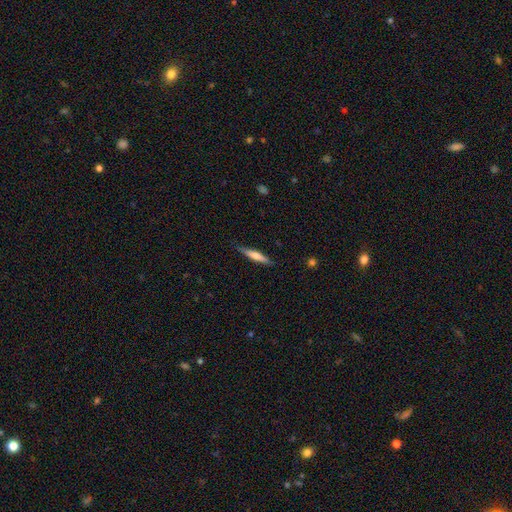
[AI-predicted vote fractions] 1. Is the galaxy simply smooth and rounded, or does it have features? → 52% smooth, 42% featured or disk, 6% star or artifact.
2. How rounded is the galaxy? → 90% cigar-shaped, 9% in between, 1% round.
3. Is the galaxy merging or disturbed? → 86% none, 11% minor disturbance, 2% major disturbance, 1% merger.